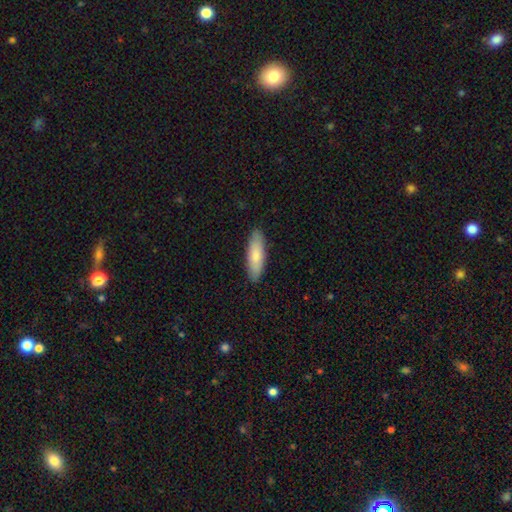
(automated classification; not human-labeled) A smooth galaxy with no disk features (80%) that is in between round and cigar-shaped (51%).

Vote fractions:
- Smooth or featured? smooth: 80% / featured or disk: 15% / star or artifact: 5%
- How rounded? in between: 51% / cigar-shaped: 47% / round: 2%
- Merging? none: 89% / minor disturbance: 9% / major disturbance: 2% / merger: 1%